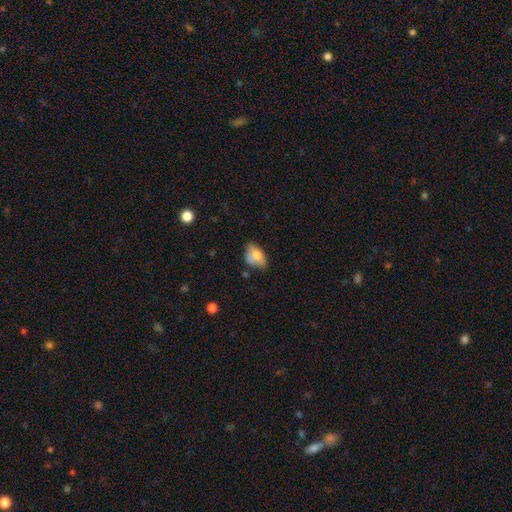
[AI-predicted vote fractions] This appears to be a smooth galaxy with no disk features (75%) that is in between round and cigar-shaped (85%). Merging: none (49%).